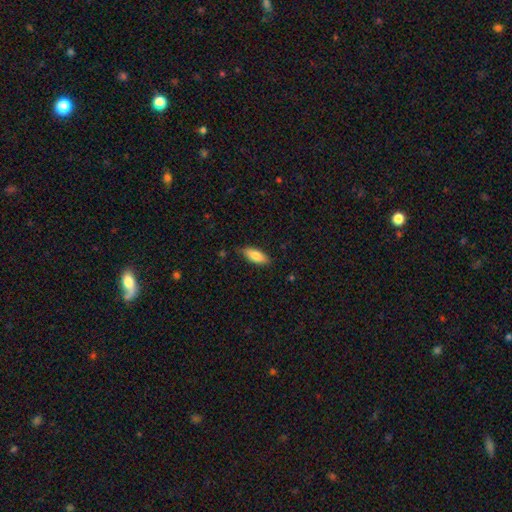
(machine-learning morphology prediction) Smooth or featured? Predicted: smooth (p=0.80). How rounded? Predicted: in between (p=0.73). Merging? Predicted: none (p=0.81).